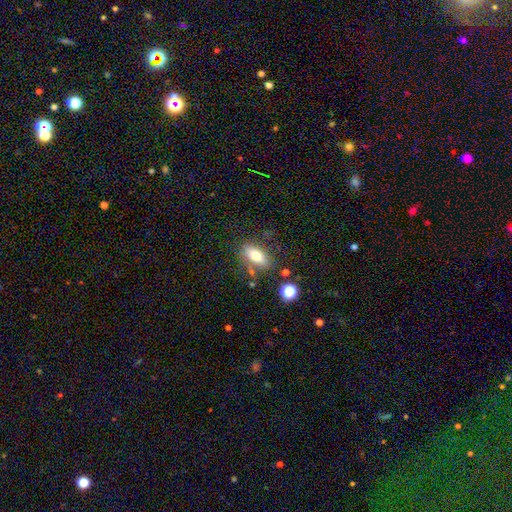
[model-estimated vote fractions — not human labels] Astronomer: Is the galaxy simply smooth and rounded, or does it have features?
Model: smooth — 74%.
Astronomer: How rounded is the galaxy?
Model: in between — 83%.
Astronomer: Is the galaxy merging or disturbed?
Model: none — 72%.